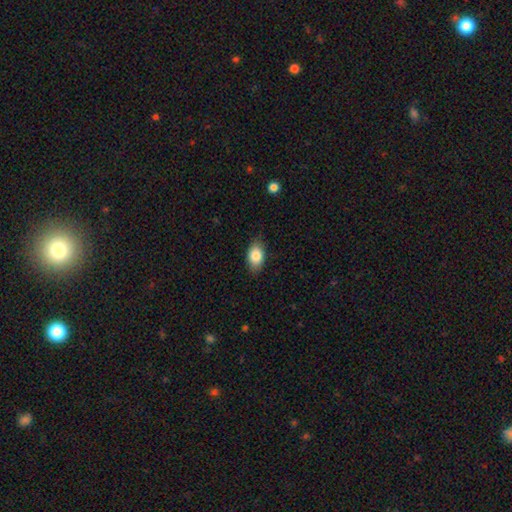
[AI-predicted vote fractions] A smooth galaxy with no disk features (84%) that is in between round and cigar-shaped (87%). Merging: none (82%).